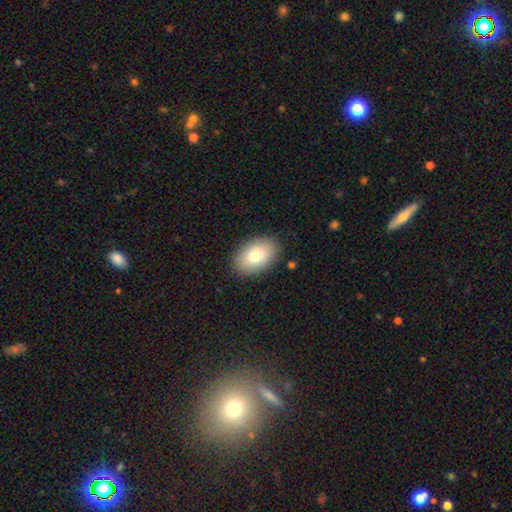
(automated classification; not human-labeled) Morphology: type=smooth (77%); roundness=in between (90%); merging=none (88%).